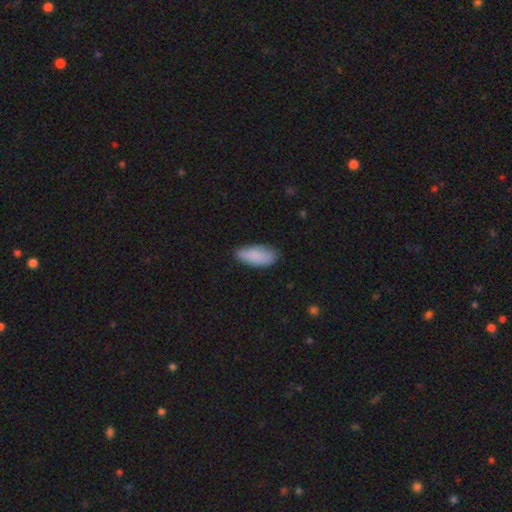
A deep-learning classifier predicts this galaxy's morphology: smooth-or-featured: smooth: 87% | featured or disk: 6% | star or artifact: 6%
  how-rounded: in between: 86% | cigar-shaped: 12% | round: 2%
  merging: none: 73% | minor disturbance: 22% | major disturbance: 3% | merger: 1%